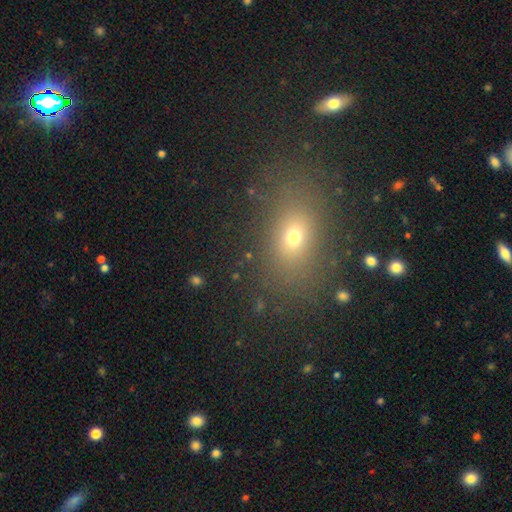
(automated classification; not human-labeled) A smooth galaxy with no disk features (61%) that is in between round and cigar-shaped (67%).

Vote fractions:
- Smooth or featured? smooth: 61% / star or artifact: 25% / featured or disk: 14%
- How rounded? in between: 67% / round: 29% / cigar-shaped: 4%
- Merging? none: 82% / minor disturbance: 10% / major disturbance: 5% / merger: 2%